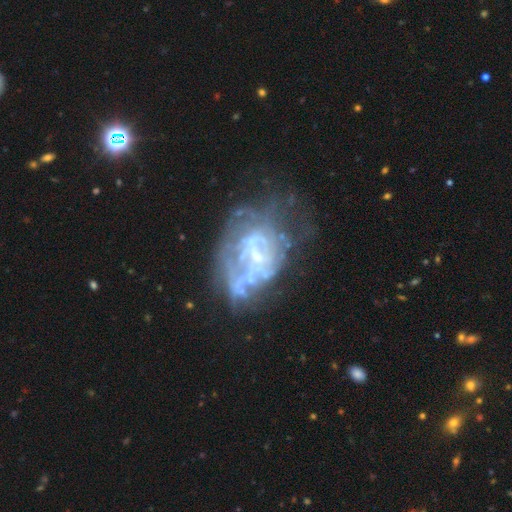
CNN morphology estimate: Q: Smooth or featured?
A: featured or disk (74%); runner-up: smooth (14%)
Q: Edge-on disk?
A: no (97%); runner-up: yes (3%)
Q: Bar?
A: no (56%); runner-up: weak (33%)
Q: Spiral arms?
A: no (63%); runner-up: yes (37%)
Q: Bulge size?
A: small (47%); runner-up: none (28%)
Q: Merging?
A: major disturbance (34%); tied with: none (34%)